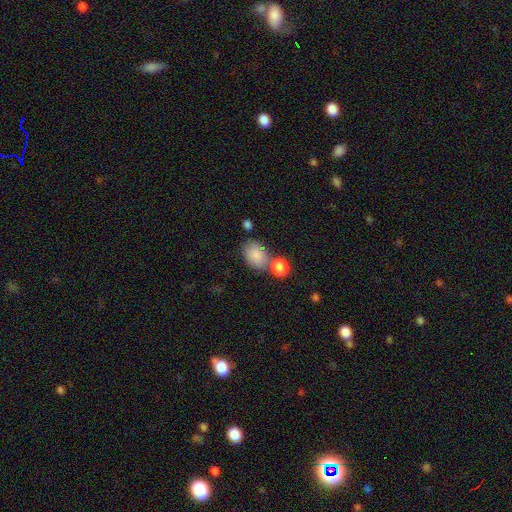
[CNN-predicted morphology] This is clearly a smooth galaxy (85%). How rounded: clearly in between (81%). Merging: possibly none (57%).